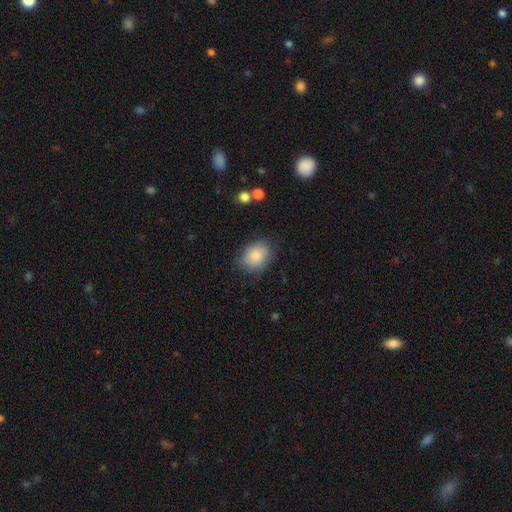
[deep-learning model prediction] smooth_or_featured: smooth (p=0.82) [alt: featured or disk p=0.11]
how_rounded: in between (p=0.54) [alt: round p=0.45]
merging: none (p=0.77) [alt: minor disturbance p=0.17]